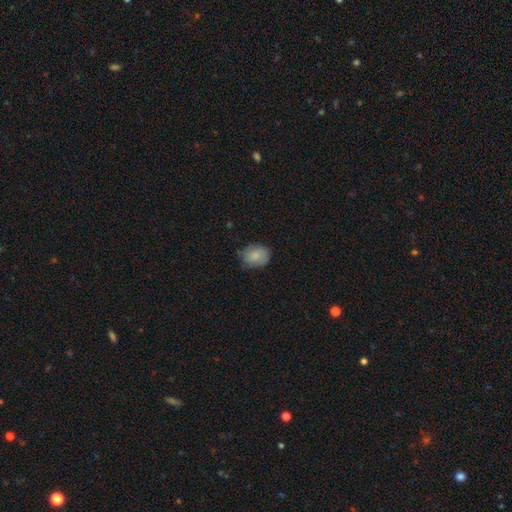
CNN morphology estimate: The model was most divided on "how rounded": in between: 58%, round: 41%, cigar-shaped: 1%. More confident: smooth or featured — smooth (80%); merging — none (59%).